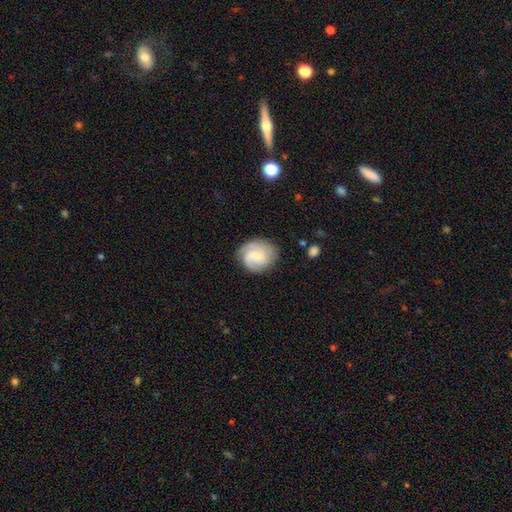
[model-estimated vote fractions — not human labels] featured or disk 70%, smooth 24%, star or artifact 6%. Down the decision tree: edge-on disk — no (98%); bar — no (52%); spiral arms — yes (95%); spiral arm count — 2 (37%); spiral winding — tight (49%); bulge size — small (62%); merging — none (76%).